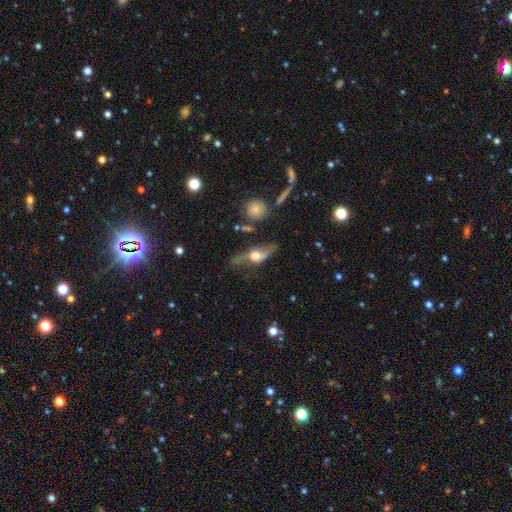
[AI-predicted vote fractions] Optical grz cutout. It shows a featured or disk galaxy (66%) viewed edge-on (57%). Merging: none (61%).